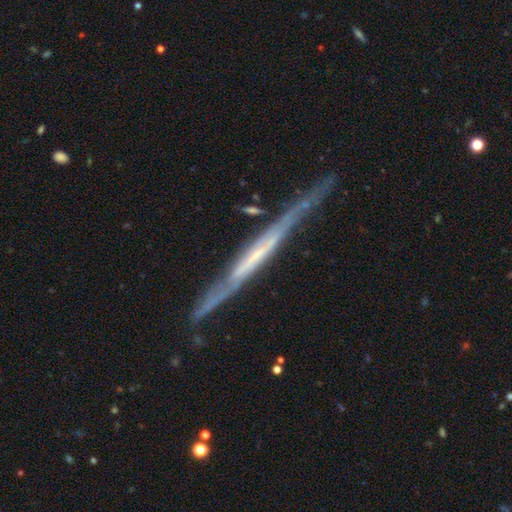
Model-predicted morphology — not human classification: Smooth or featured: featured or disk — 76% (smooth — 18%)
Edge-on disk: yes — 92% (no — 8%)
Edge-on bulge: none — 75% (boxy — 13%)
Merging: none — 74% (minor disturbance — 19%)